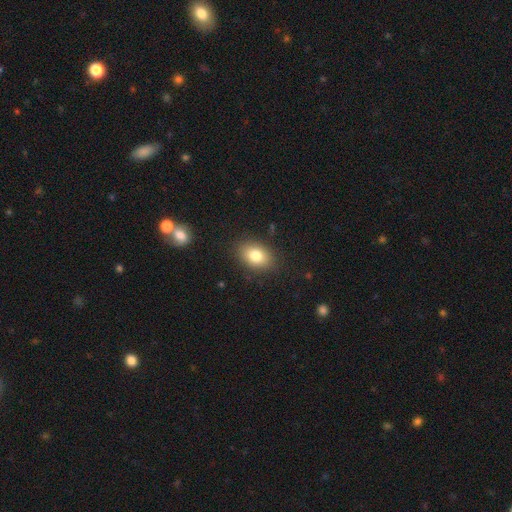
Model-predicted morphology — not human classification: A smooth galaxy with no disk features (80%) that is in between round and cigar-shaped (79%). Merging: none (85%).